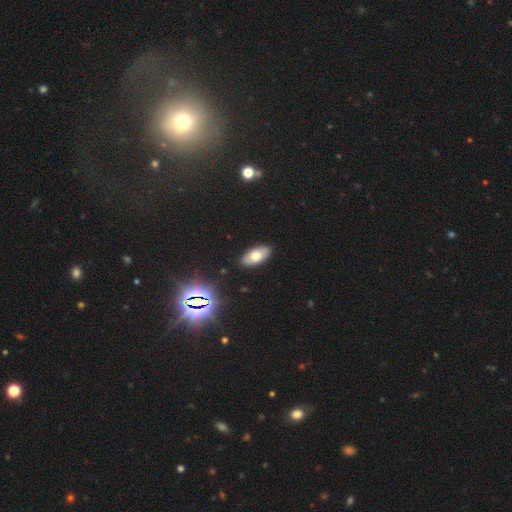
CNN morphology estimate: A smooth galaxy with no disk features (67%) that is in between round and cigar-shaped (93%). Merging: none (89%).